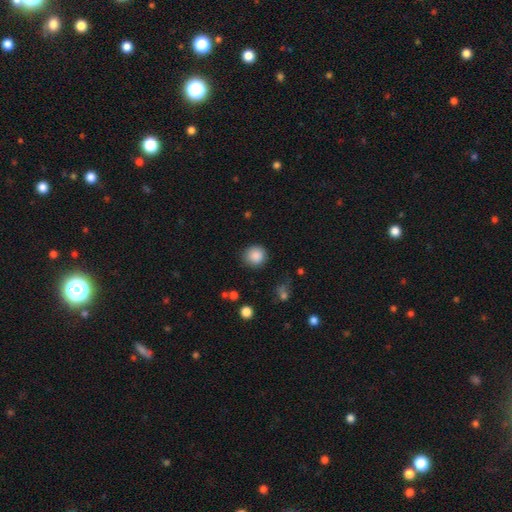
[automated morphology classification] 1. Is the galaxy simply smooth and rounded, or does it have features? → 87% smooth, 9% star or artifact, 4% featured or disk.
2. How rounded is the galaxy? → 90% round, 9% in between, 1% cigar-shaped.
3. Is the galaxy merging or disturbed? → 85% none, 10% minor disturbance, 3% major disturbance, 2% merger.